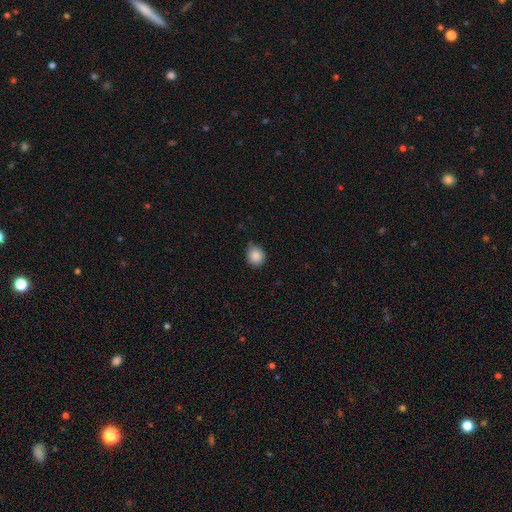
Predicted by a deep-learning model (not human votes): Smooth or featured? Predicted: smooth (p=0.87). How rounded? Predicted: round (p=0.77). Merging? Predicted: none (p=0.69).